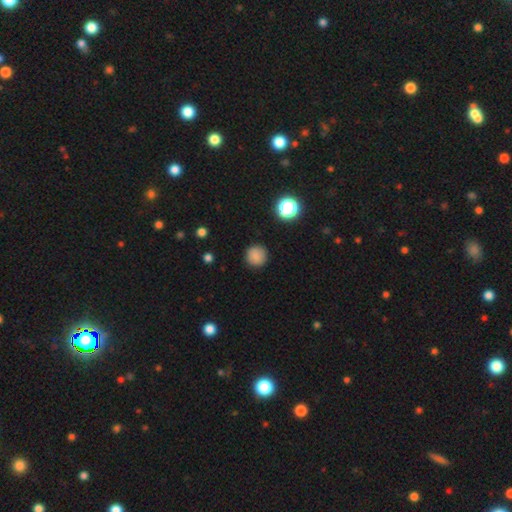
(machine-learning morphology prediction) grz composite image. It shows a smooth galaxy with no disk features (84%) that is round (94%). Merging: none (90%).